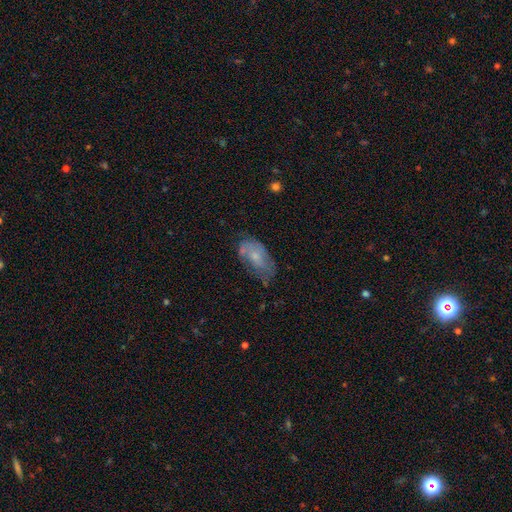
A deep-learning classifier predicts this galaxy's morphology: A smooth galaxy with no disk features (52%) that is in between round and cigar-shaped (91%). Merging: none (44%).